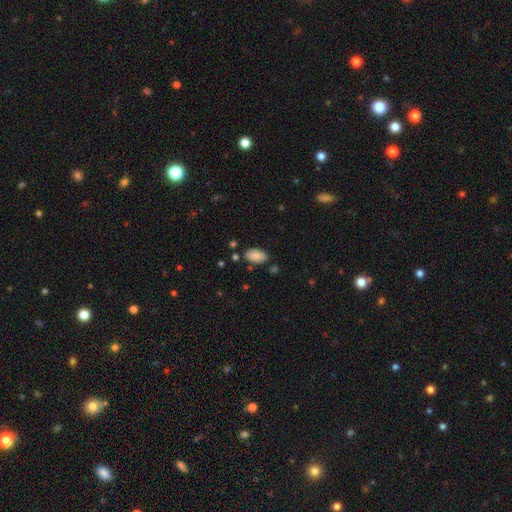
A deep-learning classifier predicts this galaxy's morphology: The model was most divided on "merging": none: 80%, minor disturbance: 14%, merger: 4%, major disturbance: 3%. More confident: how rounded — in between (94%); smooth or featured — smooth (85%).